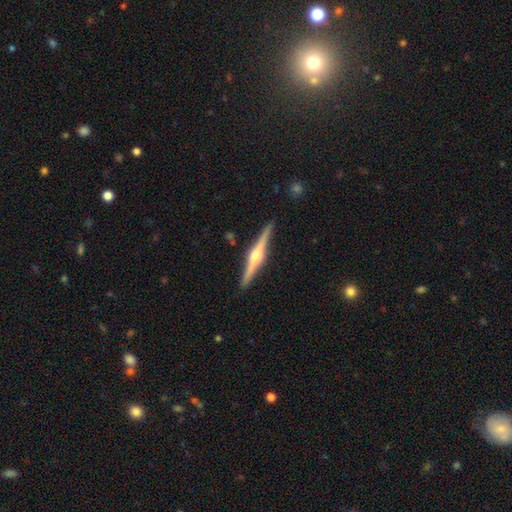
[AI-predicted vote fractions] Smooth or featured: featured or disk — 85% (smooth — 10%)
Edge-on disk: yes — 99% (no — 1%)
Edge-on bulge: rounded — 87% (boxy — 10%)
Merging: none — 92% (minor disturbance — 6%)